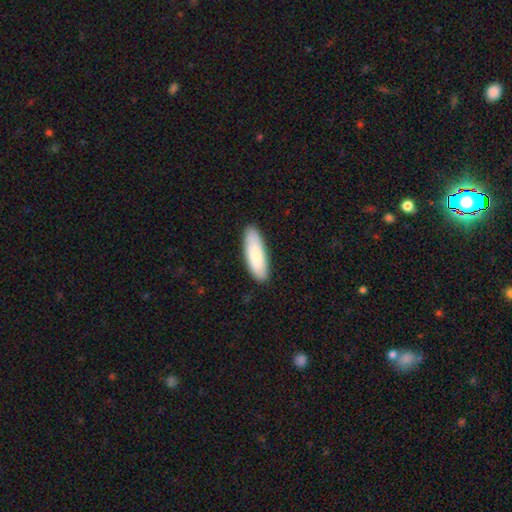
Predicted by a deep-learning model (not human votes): Smooth or featured?
  - smooth: 84% *
  - featured or disk: 11%
  - star or artifact: 5%
How rounded?
  - cigar-shaped: 50% *
  - in between: 49%
  - round: 2%
Merging?
  - none: 88% *
  - minor disturbance: 9%
  - major disturbance: 2%
  - merger: 1%